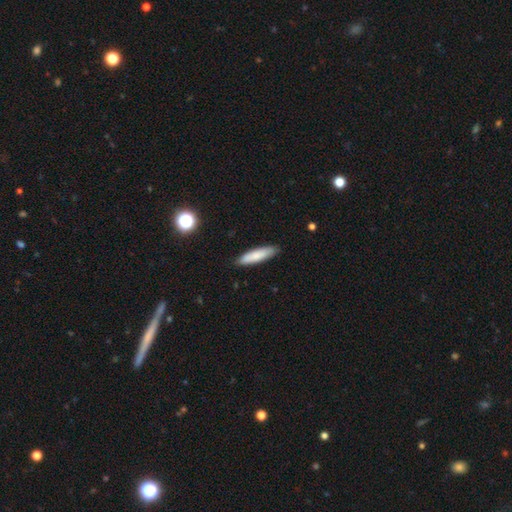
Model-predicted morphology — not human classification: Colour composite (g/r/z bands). It shows a smooth galaxy with no disk features (81%) that is cigar-shaped (75%). Merging: none (87%).